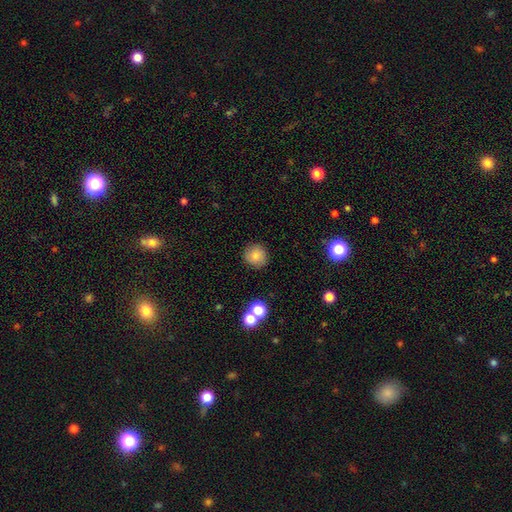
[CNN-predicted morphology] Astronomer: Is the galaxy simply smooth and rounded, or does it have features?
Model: smooth — 79%.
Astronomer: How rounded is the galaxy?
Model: round — 92%.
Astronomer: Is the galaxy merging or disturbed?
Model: none — 87%.